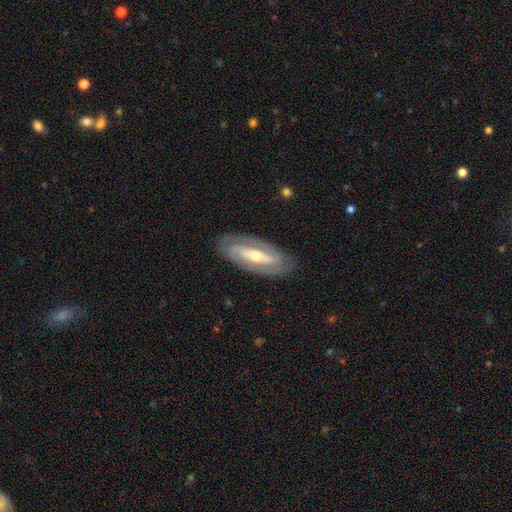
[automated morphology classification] A featured or disk galaxy (83%) with a strong bar (52%), 2 (82%) tight (52%) spiral arms (88%) and a moderate central bulge (57%).

Vote fractions:
- Smooth or featured? featured or disk: 83% / smooth: 12% / star or artifact: 4%
- Edge-on disk? no: 89% / yes: 11%
- Bar? strong: 52% / weak: 26% / no: 22%
- Spiral arms? yes: 88% / no: 12%
- Spiral winding? tight: 52% / medium: 36% / loose: 12%
- Spiral arm count? 2: 82% / can't tell: 10% / 3: 3% / 1: 2% / 4: 1% / more than 4: 1%
- Bulge size? moderate: 57% / small: 37% / large: 4% / none: 1% / dominant: 1%
- Merging? none: 84% / minor disturbance: 11% / major disturbance: 4% / merger: 1%